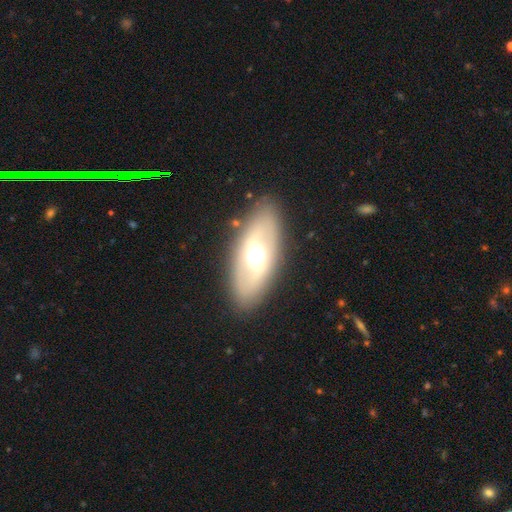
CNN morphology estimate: smooth-or-featured: featured or disk: 52% | smooth: 40% | star or artifact: 8%
  disk-edge-on: no: 76% | yes: 24%
  merging: none: 85% | minor disturbance: 9% | major disturbance: 4% | merger: 1%